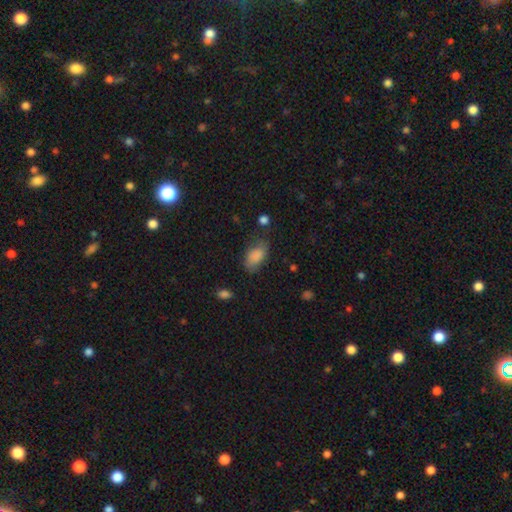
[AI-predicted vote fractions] Q: Smooth or featured?
A: smooth (84%); runner-up: star or artifact (8%)
Q: How rounded?
A: in between (91%); runner-up: round (6%)
Q: Merging?
A: none (59%); runner-up: minor disturbance (28%)